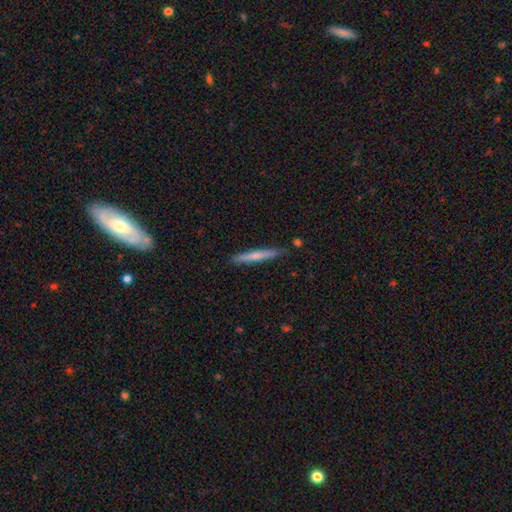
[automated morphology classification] Q: Smooth or featured?
A: smooth (61%); runner-up: featured or disk (33%)
Q: How rounded?
A: cigar-shaped (96%); runner-up: in between (3%)
Q: Merging?
A: none (87%); runner-up: minor disturbance (9%)